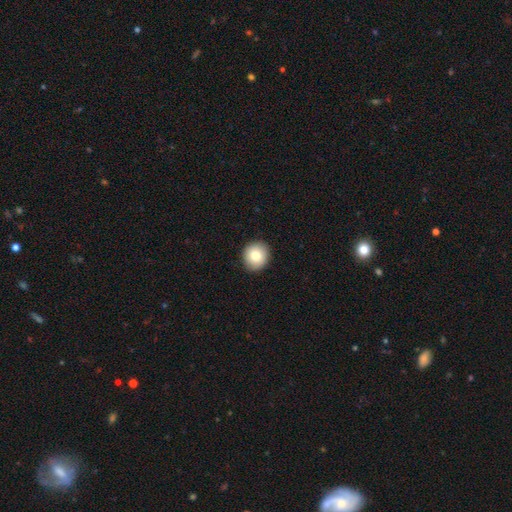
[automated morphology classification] Smooth or featured?
  - smooth: 82% *
  - featured or disk: 9%
  - star or artifact: 8%
How rounded?
  - round: 86% *
  - in between: 13%
  - cigar-shaped: 1%
Merging?
  - none: 92% *
  - minor disturbance: 6%
  - major disturbance: 2%
  - merger: 1%